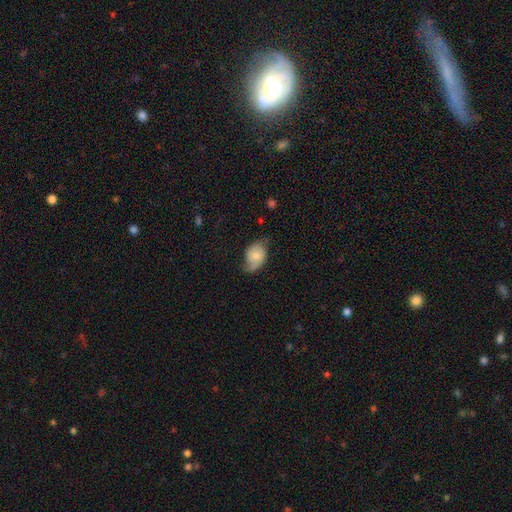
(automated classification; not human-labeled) Smooth or featured? smooth (48%)
Merging? none (49%)